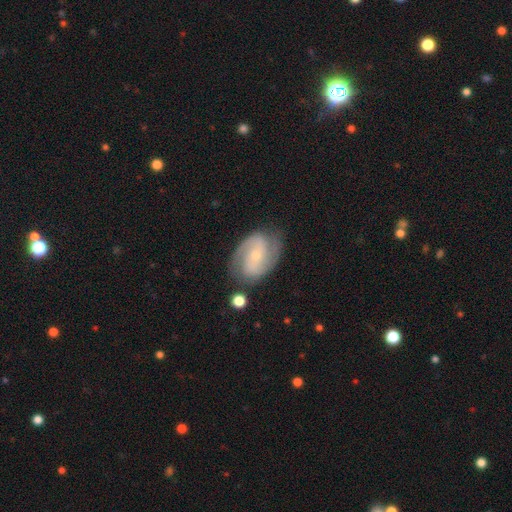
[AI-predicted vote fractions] Smooth or featured?
  - featured or disk: 83% *
  - smooth: 11%
  - star or artifact: 5%
Edge-on disk?
  - no: 97% *
  - yes: 3%
Bar?
  - no: 51% *
  - weak: 36%
  - strong: 13%
Spiral arms?
  - yes: 95% *
  - no: 5%
Spiral winding?
  - medium: 47% *
  - tight: 36%
  - loose: 17%
Spiral arm count?
  - 2: 83% *
  - can't tell: 7%
  - 3: 5%
  - 1: 2%
  - 4: 2%
  - more than 4: 1%
Bulge size?
  - small: 69% *
  - moderate: 27%
  - none: 1%
  - large: 1%
  - dominant: 1%
Merging?
  - none: 76% *
  - minor disturbance: 16%
  - major disturbance: 5%
  - merger: 3%